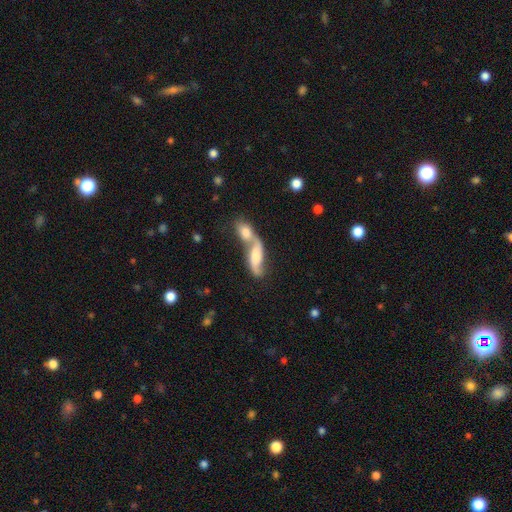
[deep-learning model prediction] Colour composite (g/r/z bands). It shows a featured or disk galaxy (52%). Merging: merger (73%).